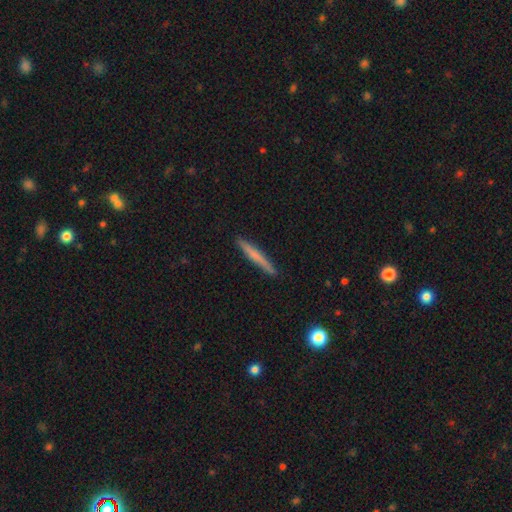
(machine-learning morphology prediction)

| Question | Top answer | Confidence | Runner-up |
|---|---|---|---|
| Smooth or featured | smooth | 61% | featured or disk (33%) |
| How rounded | cigar-shaped | 96% | in between (3%) |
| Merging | none | 90% | minor disturbance (7%) |